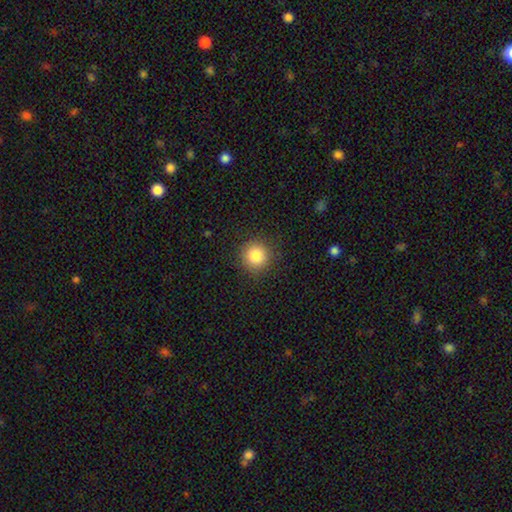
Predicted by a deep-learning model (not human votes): Morphology: type=smooth (85%); roundness=round (94%); merging=none (89%).